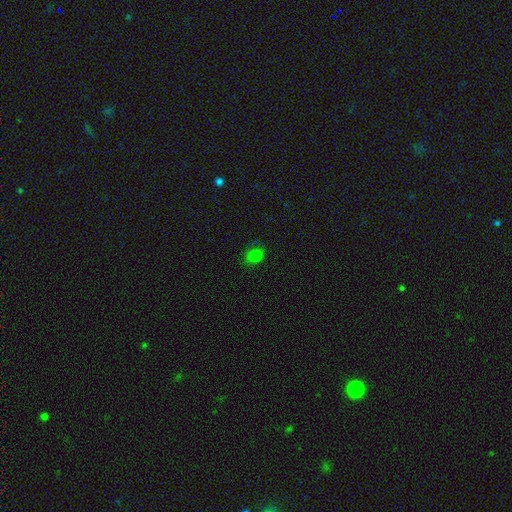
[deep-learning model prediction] Smooth or featured? Predicted: smooth (p=0.74). How rounded? Predicted: round (p=0.63). Merging? Predicted: none (p=0.68).